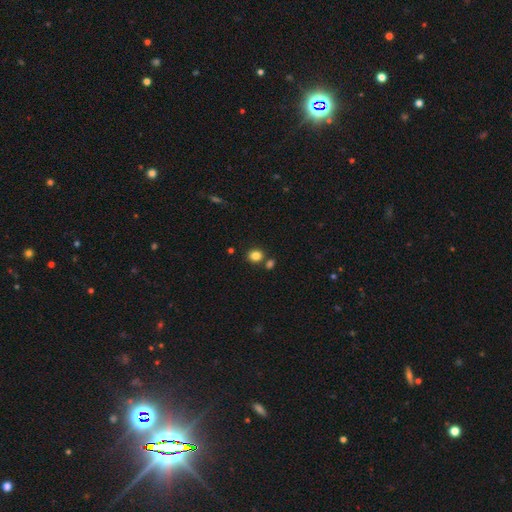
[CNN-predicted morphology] This appears to be a smooth galaxy with no disk features (84%) that is round (59%). Merging: none (74%).